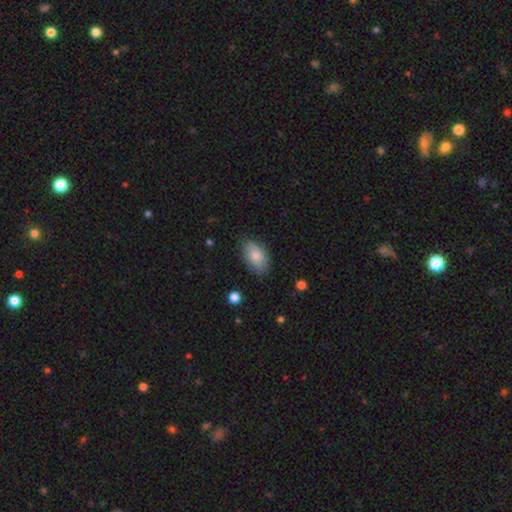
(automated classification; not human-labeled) smooth 79%, featured or disk 14%, star or artifact 6%. Down the decision tree: how rounded — in between (93%); merging — none (77%).